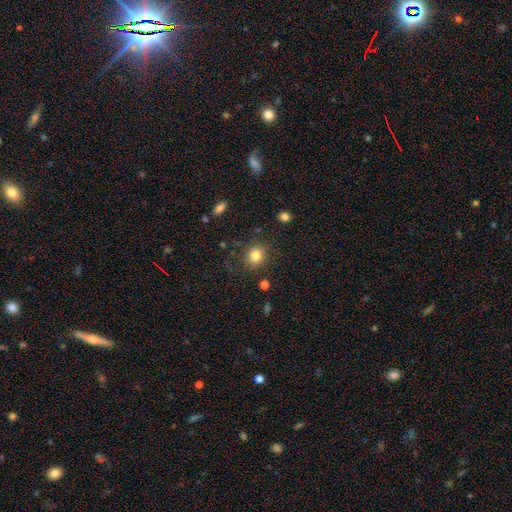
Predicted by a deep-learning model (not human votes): Smooth or featured: smooth — 81% (star or artifact — 12%)
How rounded: round — 75% (in between — 24%)
Merging: none — 83% (minor disturbance — 11%)